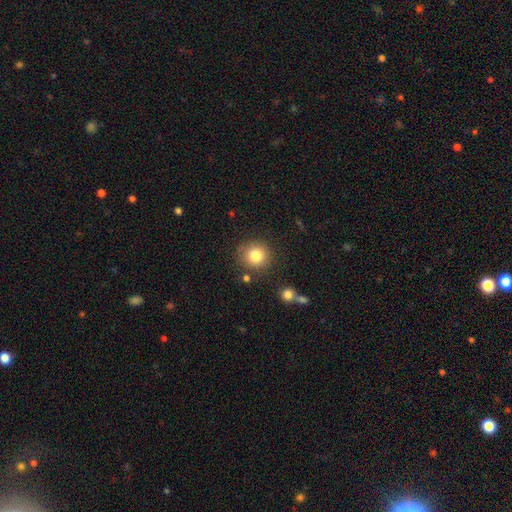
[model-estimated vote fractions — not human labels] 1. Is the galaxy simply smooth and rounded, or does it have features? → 82% smooth, 11% star or artifact, 8% featured or disk.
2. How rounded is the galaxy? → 91% round, 8% in between, 1% cigar-shaped.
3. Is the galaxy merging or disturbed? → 83% none, 10% minor disturbance, 4% merger, 3% major disturbance.